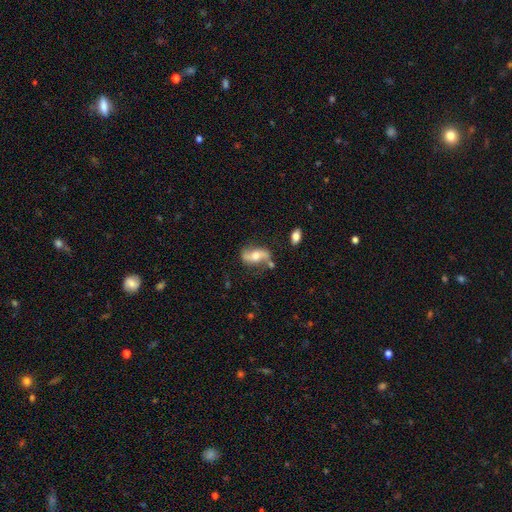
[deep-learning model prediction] smooth_or_featured: featured or disk (p=0.71) [alt: smooth p=0.22]
disk_edge_on: no (p=0.90) [alt: yes p=0.10]
bar: no (p=0.46) [alt: weak p=0.31]
has_spiral_arms: yes (p=0.89) [alt: no p=0.11]
spiral_winding: loose (p=0.77) [alt: medium p=0.18]
spiral_arm_count: 2 (p=0.91) [alt: can't tell p=0.04]
bulge_size: moderate (p=0.62) [alt: small p=0.22]
merging: none (p=0.65) [alt: minor disturbance p=0.19]